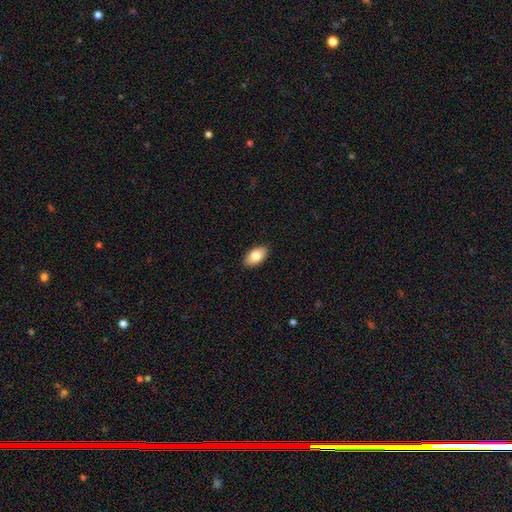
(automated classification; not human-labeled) This is likely a smooth galaxy (79%). How rounded: clearly in between (94%). Merging: clearly none (89%).